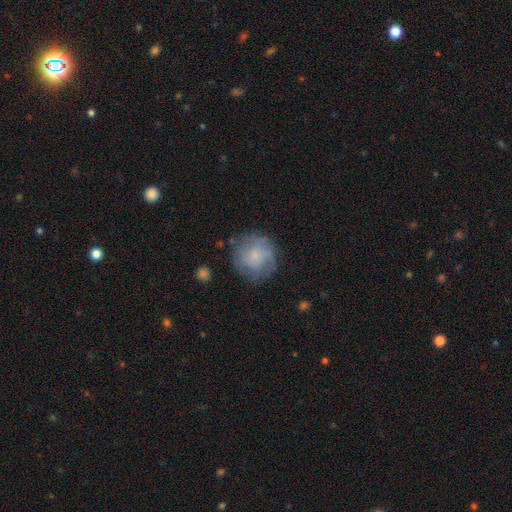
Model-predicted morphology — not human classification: smooth 62%, featured or disk 30%, star or artifact 8%. Down the decision tree: how rounded — round (91%); merging — none (68%).